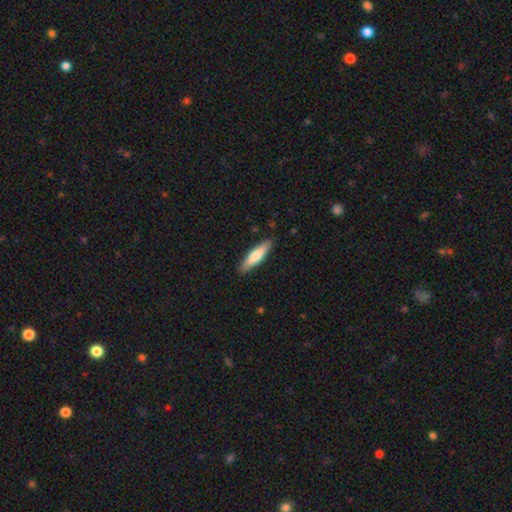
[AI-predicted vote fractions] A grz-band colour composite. It shows a smooth galaxy with no disk features (69%) that is cigar-shaped (76%). Merging: none (89%).